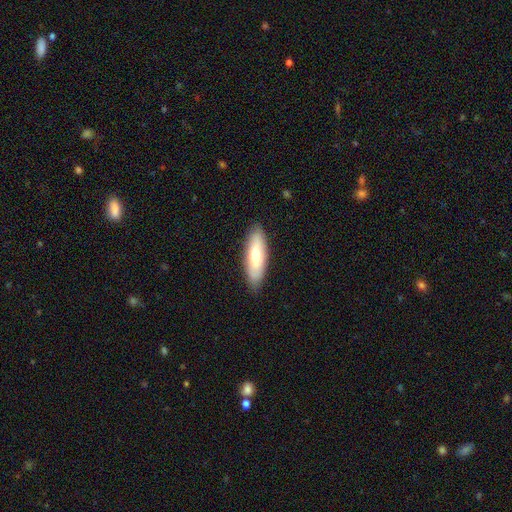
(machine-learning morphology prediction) smooth_or_featured: smooth (p=0.66) [alt: featured or disk p=0.28]
how_rounded: in between (p=0.56) [alt: cigar-shaped p=0.42]
merging: none (p=0.87) [alt: minor disturbance p=0.10]